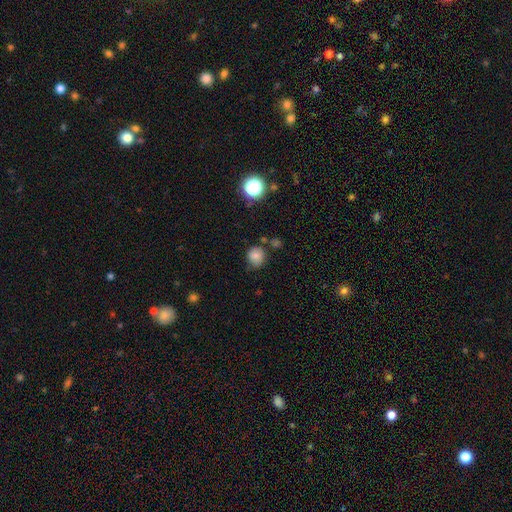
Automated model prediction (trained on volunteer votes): A smooth galaxy with no disk features (79%) that is round (86%). Merging: none (74%).